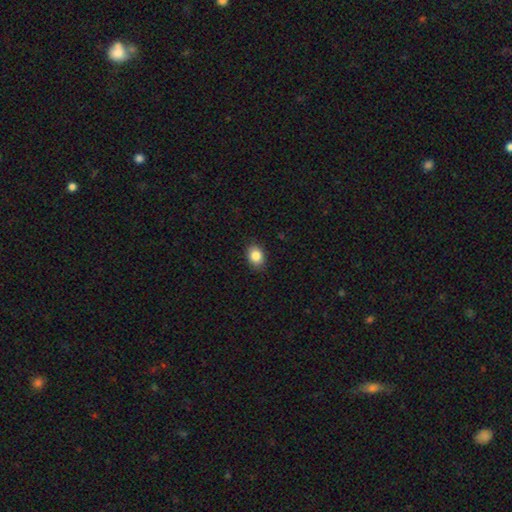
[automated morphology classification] Q: Smooth or featured?
A: smooth (86%); runner-up: star or artifact (9%)
Q: How rounded?
A: in between (63%); runner-up: round (36%)
Q: Merging?
A: none (88%); runner-up: minor disturbance (9%)